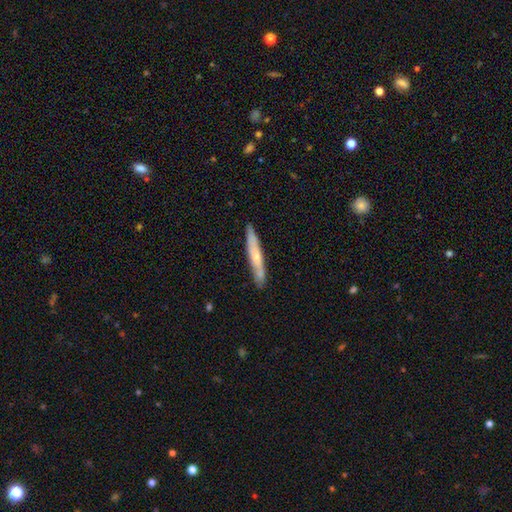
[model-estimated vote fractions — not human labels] This appears to be a smooth galaxy with no disk features (49%). Merging: none (85%).